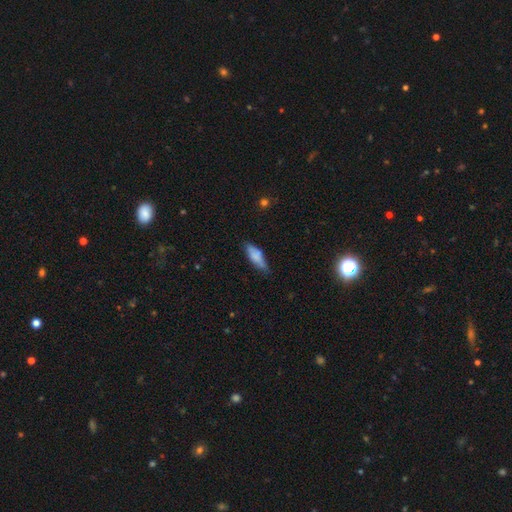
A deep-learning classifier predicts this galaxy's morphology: smooth-or-featured: smooth: 76% | featured or disk: 16% | star or artifact: 7%
  how-rounded: in between: 63% | cigar-shaped: 35% | round: 2%
  merging: none: 60% | minor disturbance: 30% | major disturbance: 7% | merger: 2%